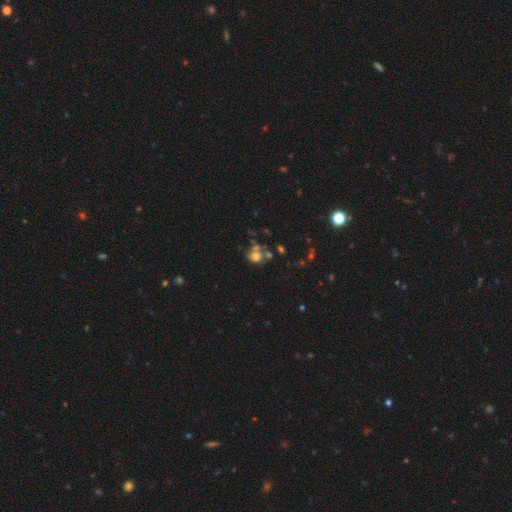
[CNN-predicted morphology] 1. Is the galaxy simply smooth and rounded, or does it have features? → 68% smooth, 17% star or artifact, 15% featured or disk.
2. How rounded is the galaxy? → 79% round, 20% in between, 1% cigar-shaped.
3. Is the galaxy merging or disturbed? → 47% none, 29% merger, 14% minor disturbance, 10% major disturbance.